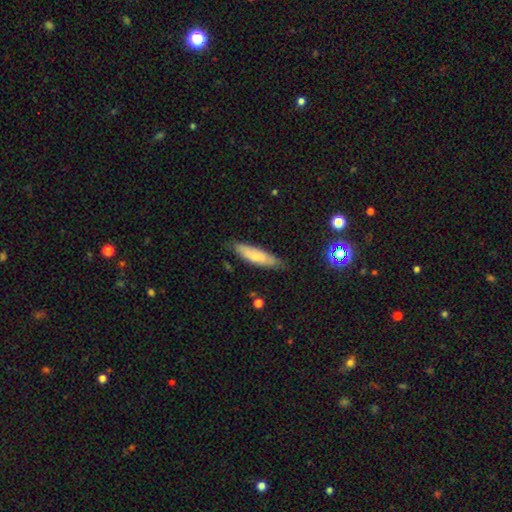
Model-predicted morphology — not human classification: smooth 73%, featured or disk 21%, star or artifact 6%. Down the decision tree: how rounded — cigar-shaped (67%); merging — none (79%).